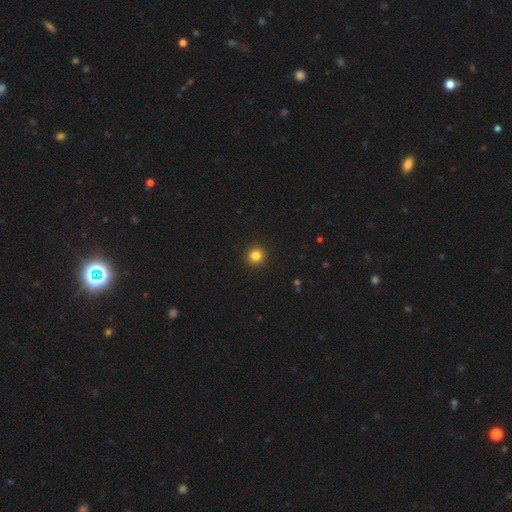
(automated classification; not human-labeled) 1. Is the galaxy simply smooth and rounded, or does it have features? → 83% smooth, 12% star or artifact, 5% featured or disk.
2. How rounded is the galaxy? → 94% round, 5% in between, 1% cigar-shaped.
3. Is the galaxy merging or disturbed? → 93% none, 4% minor disturbance, 2% major disturbance, 1% merger.